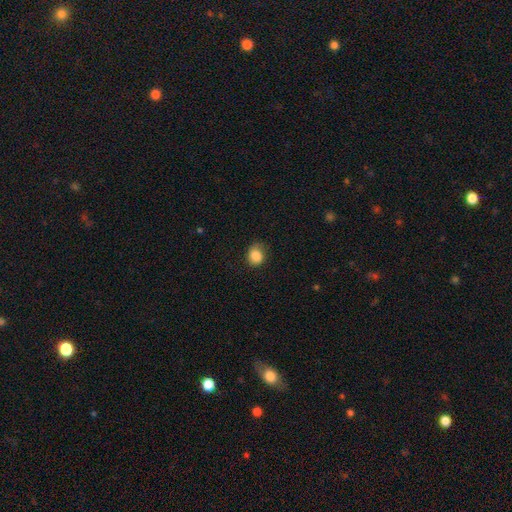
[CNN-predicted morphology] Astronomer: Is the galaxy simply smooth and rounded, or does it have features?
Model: smooth — 85%.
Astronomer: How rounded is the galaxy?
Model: round — 55% (runner-up: in between, 44%).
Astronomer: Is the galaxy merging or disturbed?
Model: none — 65%.